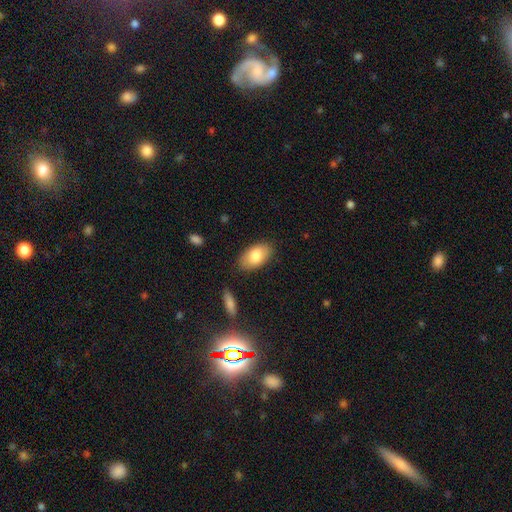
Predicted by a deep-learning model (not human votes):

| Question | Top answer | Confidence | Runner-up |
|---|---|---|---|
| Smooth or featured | smooth | 80% | featured or disk (14%) |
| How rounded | in between | 94% | round (4%) |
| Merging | none | 83% | minor disturbance (12%) |